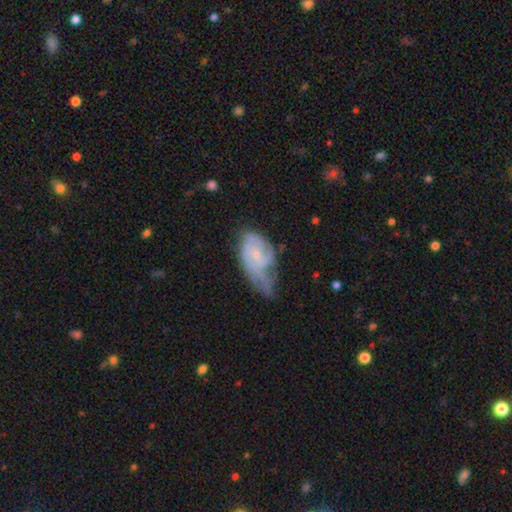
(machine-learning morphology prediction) Smooth or featured? Predicted: featured or disk (p=0.75). Edge-on disk? Predicted: no (p=0.96). Bar? Predicted: no (p=0.68). Spiral arms? Predicted: yes (p=0.89). Spiral winding? Predicted: tight (p=0.46). Spiral arm count? Predicted: 2 (p=0.32). Bulge size? Predicted: small (p=0.71). Merging? Predicted: minor disturbance (p=0.35).